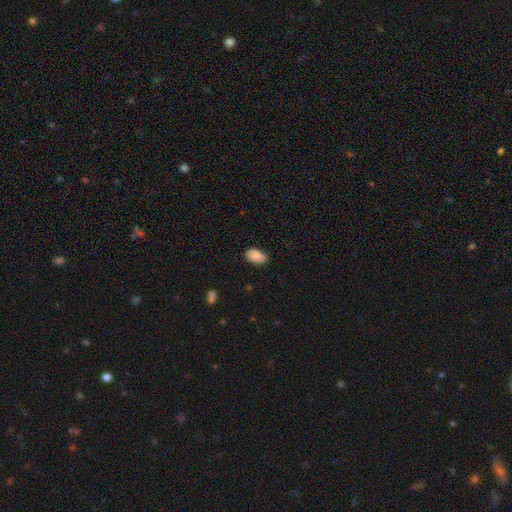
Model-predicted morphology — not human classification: Smooth or featured? smooth (86%)
How rounded? in between (93%)
Merging? none (76%)